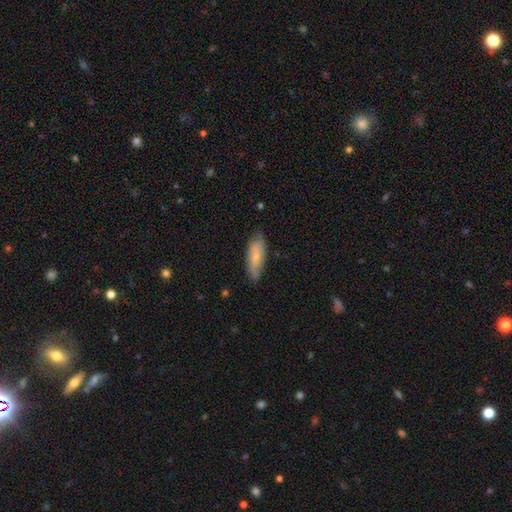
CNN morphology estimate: Overall: smooth (70%). How rounded: in between (60%; cigar-shaped 38%). Merging: none (75%).